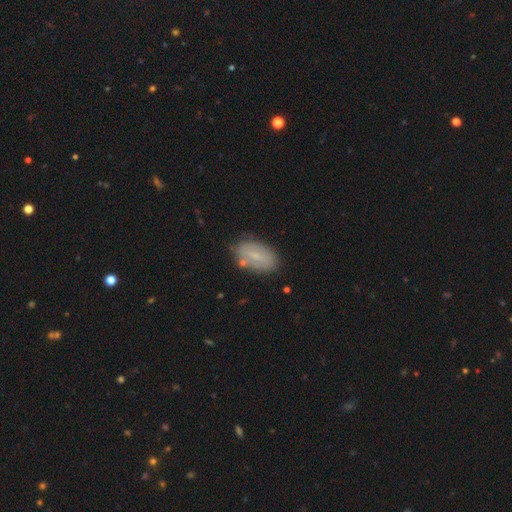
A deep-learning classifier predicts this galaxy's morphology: Smooth or featured? smooth (57%)
How rounded? in between (91%)
Merging? none (76%)